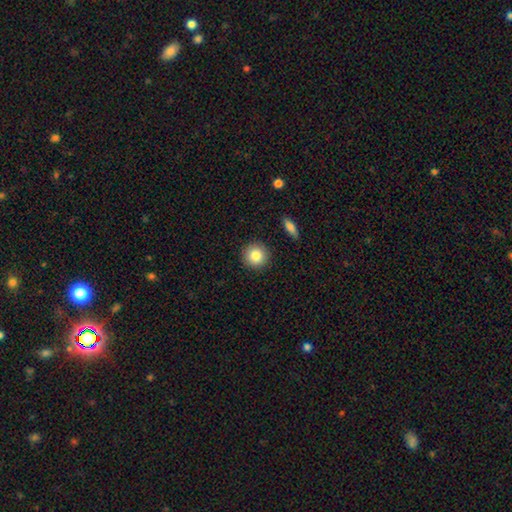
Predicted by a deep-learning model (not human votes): smooth-or-featured: smooth: 84% | star or artifact: 9% | featured or disk: 7%
  how-rounded: round: 94% | in between: 5% | cigar-shaped: 1%
  merging: none: 91% | minor disturbance: 6% | major disturbance: 2% | merger: 1%